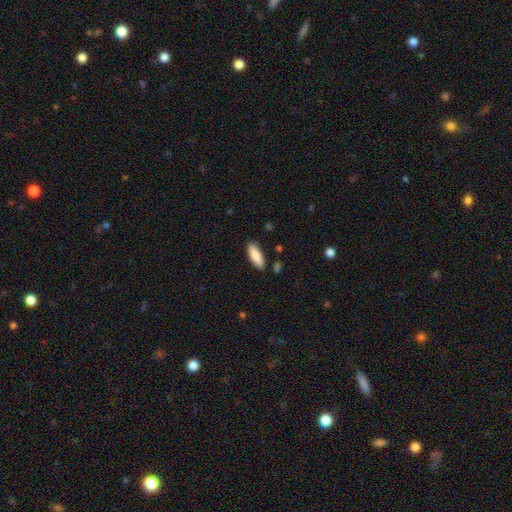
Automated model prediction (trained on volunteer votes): Smooth or featured?
  - smooth: 87% *
  - featured or disk: 7%
  - star or artifact: 6%
How rounded?
  - in between: 60% *
  - cigar-shaped: 39%
  - round: 2%
Merging?
  - none: 87% *
  - minor disturbance: 9%
  - major disturbance: 2%
  - merger: 2%